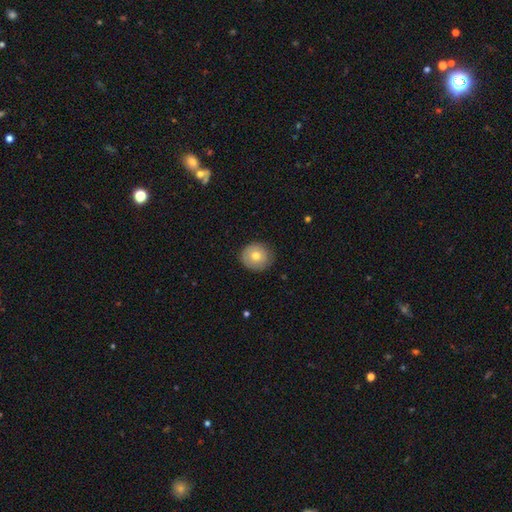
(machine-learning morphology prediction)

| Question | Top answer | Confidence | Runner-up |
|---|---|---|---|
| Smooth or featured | smooth | 70% | featured or disk (22%) |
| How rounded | round | 90% | in between (9%) |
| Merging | none | 85% | minor disturbance (11%) |